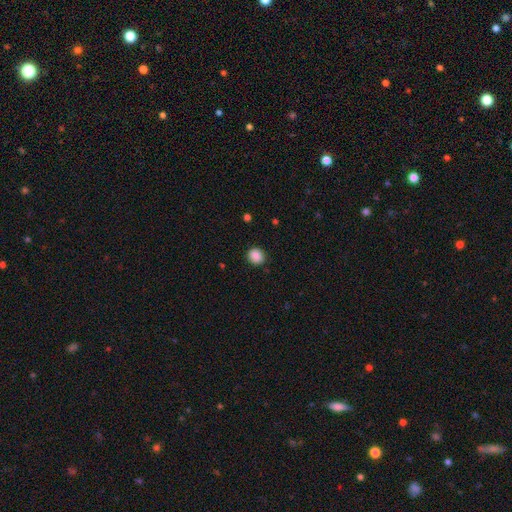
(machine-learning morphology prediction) Q: Smooth or featured?
A: smooth (88%); runner-up: star or artifact (9%)
Q: How rounded?
A: round (78%); runner-up: in between (21%)
Q: Merging?
A: none (89%); runner-up: minor disturbance (8%)